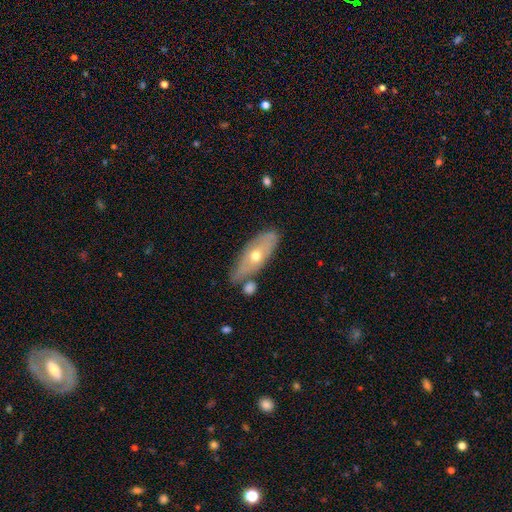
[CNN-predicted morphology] Q: Smooth or featured?
A: featured or disk (54%); runner-up: smooth (39%)
Q: Edge-on disk?
A: no (67%); runner-up: yes (33%)
Q: Merging?
A: none (67%); runner-up: minor disturbance (18%)